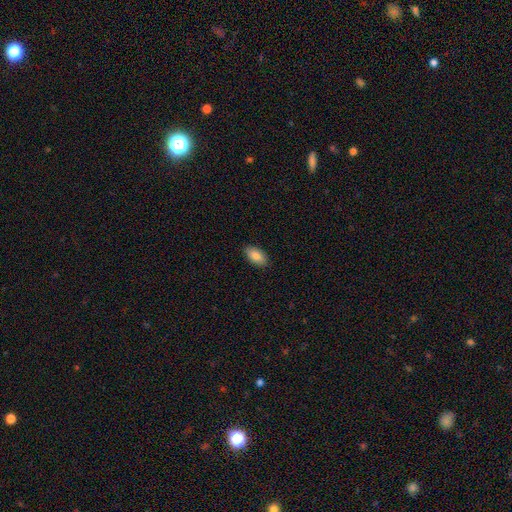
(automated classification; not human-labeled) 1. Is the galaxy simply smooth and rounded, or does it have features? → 85% smooth, 8% featured or disk, 7% star or artifact.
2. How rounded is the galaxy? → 93% in between, 3% round, 3% cigar-shaped.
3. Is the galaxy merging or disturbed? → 88% none, 9% minor disturbance, 2% major disturbance, 1% merger.